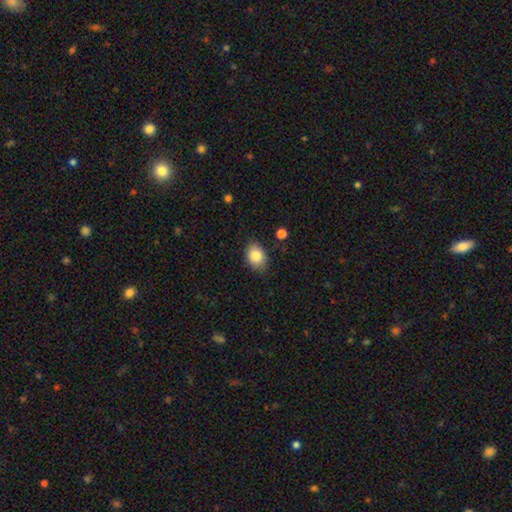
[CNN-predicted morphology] A smooth galaxy with no disk features (85%) that is in between round and cigar-shaped (71%).

Vote fractions:
- Smooth or featured? smooth: 85% / star or artifact: 8% / featured or disk: 6%
- How rounded? in between: 71% / round: 28% / cigar-shaped: 1%
- Merging? none: 83% / minor disturbance: 13% / major disturbance: 3% / merger: 2%